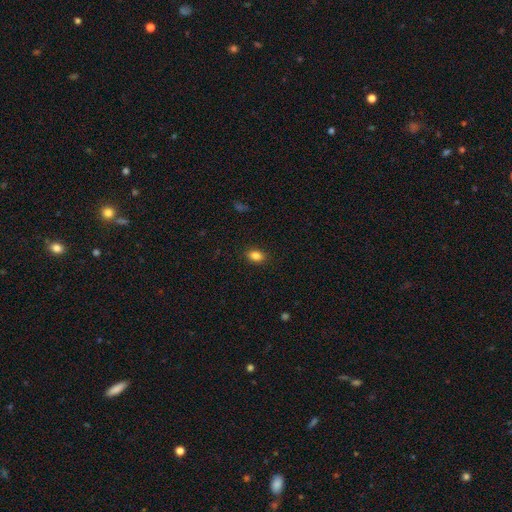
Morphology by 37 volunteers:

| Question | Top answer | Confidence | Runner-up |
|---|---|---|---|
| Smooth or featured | smooth | 92% | star or artifact (5%) |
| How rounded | in between | 53% | round (47%) |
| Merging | none | 83% | minor disturbance (9%) |